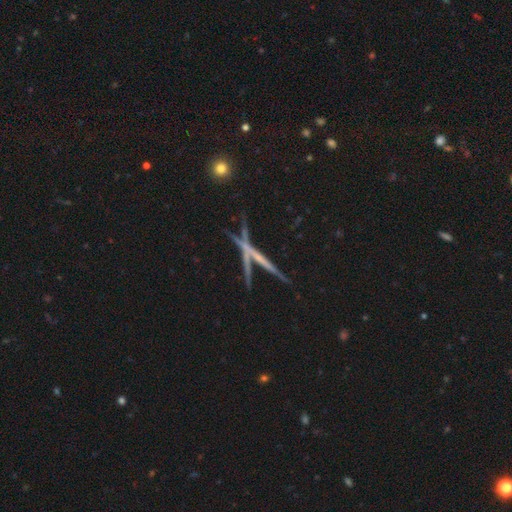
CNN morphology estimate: type=featured or disk (63%); edge-on=yes (89%); edge-on bulge=none (80%); merging=none (58%).